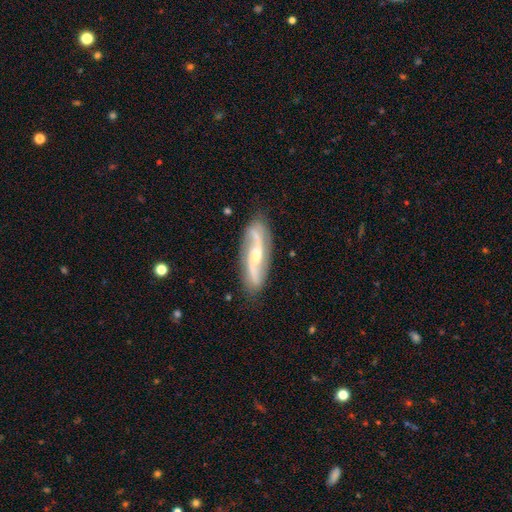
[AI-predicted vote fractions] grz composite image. It shows a featured or disk galaxy (87%) with no bar (40%), 2 (93%) loose (53%) spiral arms (96%) and a moderate central bulge (51%). Merging: none (84%).